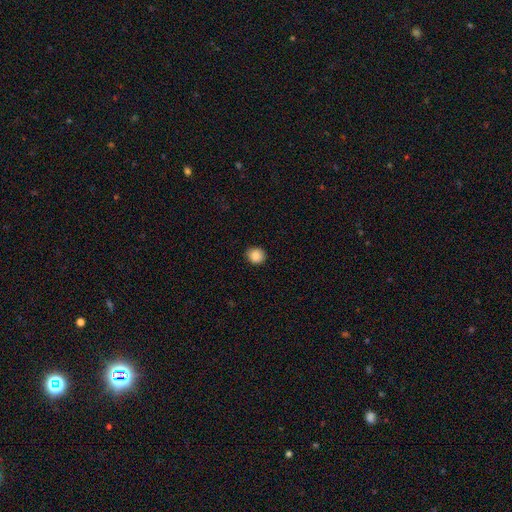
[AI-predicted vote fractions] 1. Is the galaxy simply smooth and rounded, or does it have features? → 88% smooth, 9% star or artifact, 3% featured or disk.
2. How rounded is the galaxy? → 82% round, 17% in between, 1% cigar-shaped.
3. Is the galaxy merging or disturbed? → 89% none, 8% minor disturbance, 2% major disturbance, 1% merger.